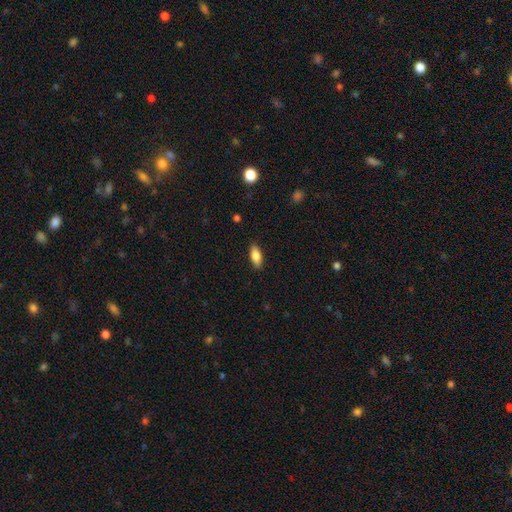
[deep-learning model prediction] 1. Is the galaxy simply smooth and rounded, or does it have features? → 81% smooth, 12% featured or disk, 7% star or artifact.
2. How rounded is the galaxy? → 80% in between, 17% cigar-shaped, 2% round.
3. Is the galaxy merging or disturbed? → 88% none, 9% minor disturbance, 2% major disturbance, 1% merger.